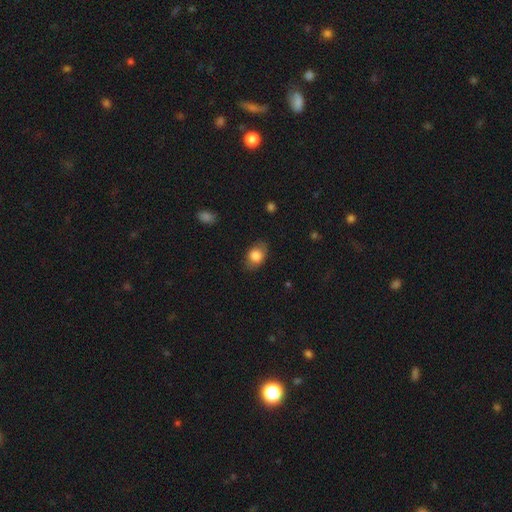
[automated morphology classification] The model was most divided on "how rounded": in between: 77%, round: 21%, cigar-shaped: 1%. More confident: smooth or featured — smooth (81%); merging — none (79%).